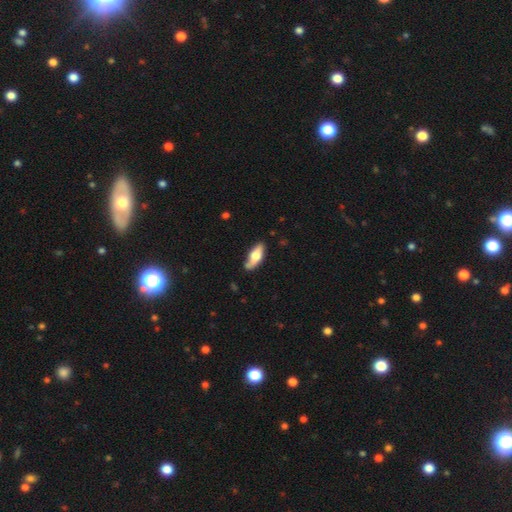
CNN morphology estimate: Smooth or featured? Predicted: smooth (p=0.57). How rounded? Predicted: in between (p=0.69). Merging? Predicted: none (p=0.70).